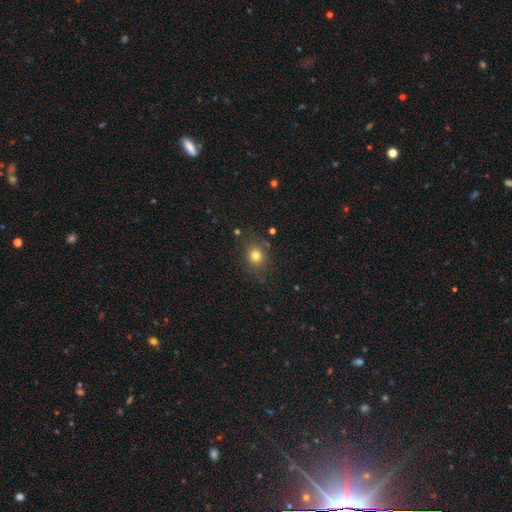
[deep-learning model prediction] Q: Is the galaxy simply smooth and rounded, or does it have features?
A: smooth — 78%.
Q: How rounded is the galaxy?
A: round — 64%.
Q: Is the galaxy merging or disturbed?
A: none — 80%.